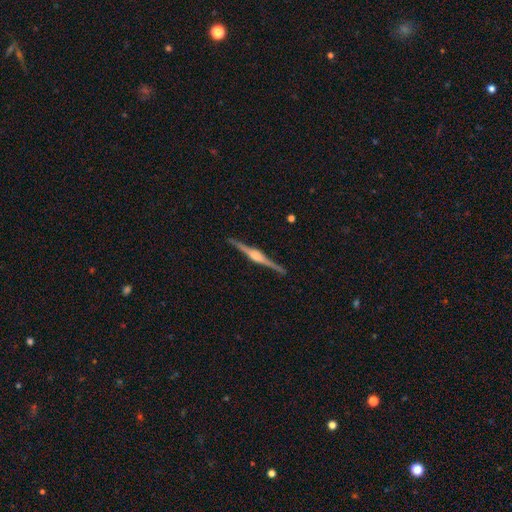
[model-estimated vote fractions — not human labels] The model was most divided on "edge-on bulge": rounded: 78%, boxy: 18%, none: 4%. More confident: edge-on disk — yes (99%); merging — none (91%); smooth or featured — featured or disk (87%).